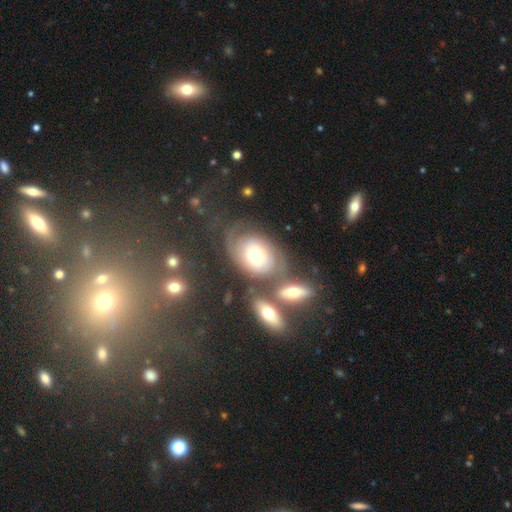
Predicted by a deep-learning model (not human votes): Smooth or featured? Predicted: featured or disk (p=0.58). Edge-on disk? Predicted: no (p=0.95). Bar? Predicted: no (p=0.81). Spiral arms? Predicted: yes (p=0.80). Bulge size? Predicted: moderate (p=0.52). Merging? Predicted: none (p=0.43).